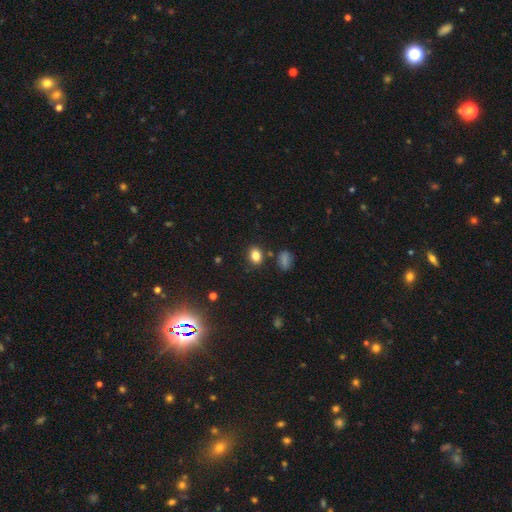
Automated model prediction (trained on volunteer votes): smooth 82%, star or artifact 12%, featured or disk 6%. Down the decision tree: how rounded — in between (67%); merging — none (82%).